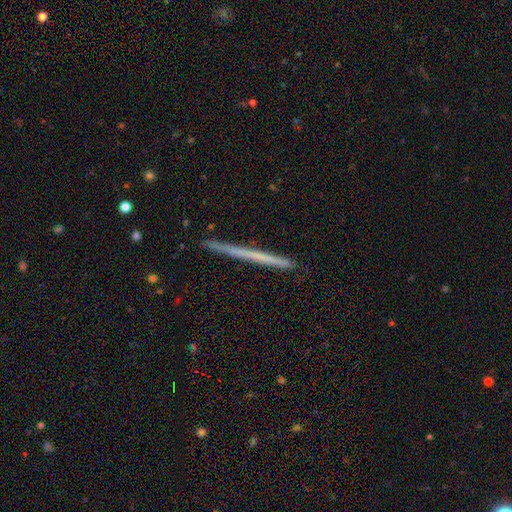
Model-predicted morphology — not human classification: Smooth or featured?
  - featured or disk: 48% *
  - smooth: 46%
  - star or artifact: 6%
Merging?
  - none: 91% *
  - minor disturbance: 7%
  - major disturbance: 1%
  - merger: 1%